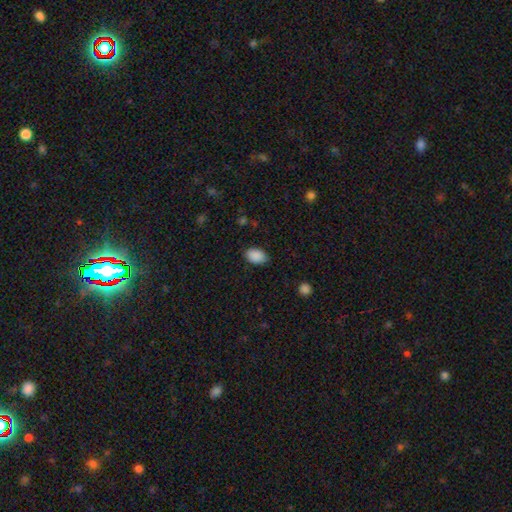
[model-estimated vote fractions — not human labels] The model was most divided on "merging": none: 81%, minor disturbance: 15%, major disturbance: 3%, merger: 1%. More confident: smooth or featured — smooth (89%); how rounded — in between (86%).